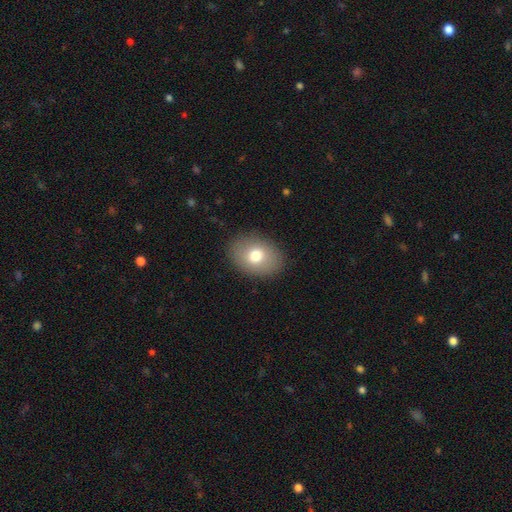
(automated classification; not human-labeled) Smooth or featured?
  - smooth: 75% *
  - featured or disk: 16%
  - star or artifact: 9%
How rounded?
  - in between: 68% *
  - round: 31%
  - cigar-shaped: 1%
Merging?
  - none: 88% *
  - minor disturbance: 9%
  - major disturbance: 3%
  - merger: 1%